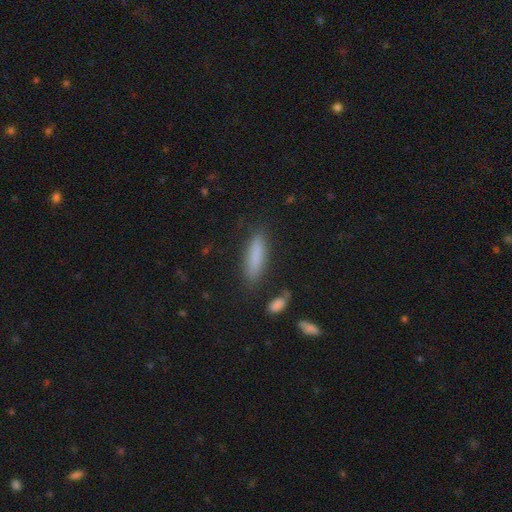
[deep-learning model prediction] A smooth galaxy with no disk features (81%) that is cigar-shaped (73%).

Vote fractions:
- Smooth or featured? smooth: 81% / featured or disk: 12% / star or artifact: 8%
- How rounded? cigar-shaped: 73% / in between: 25% / round: 2%
- Merging? none: 82% / minor disturbance: 11% / major disturbance: 4% / merger: 3%